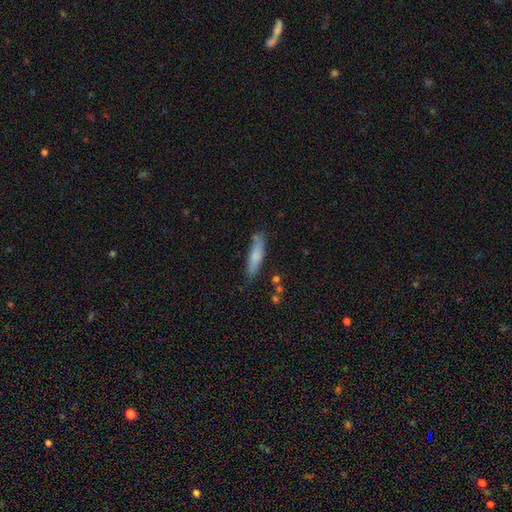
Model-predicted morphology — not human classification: Smooth or featured? Predicted: smooth (p=0.75). How rounded? Predicted: cigar-shaped (p=0.80). Merging? Predicted: none (p=0.74).